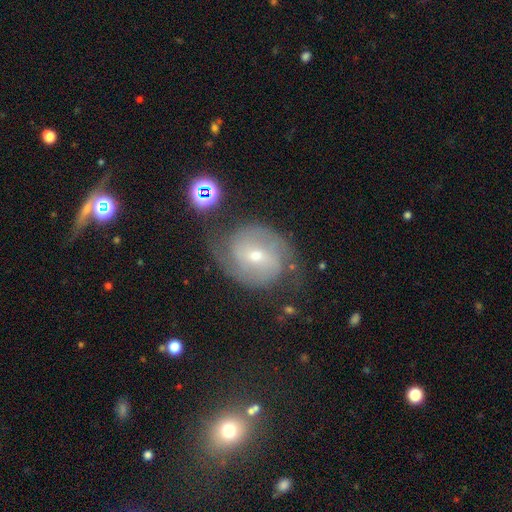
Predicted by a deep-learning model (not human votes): Overall: featured or disk (82%). Edge-on disk: no (97%). Bar: weak (47%; no 35%). Spiral arms: yes (95%). Spiral arm count: 2 (83%). Spiral winding: medium (47%; tight 38%). Bulge size: small (55%; moderate 42%). Merging: none (69%).